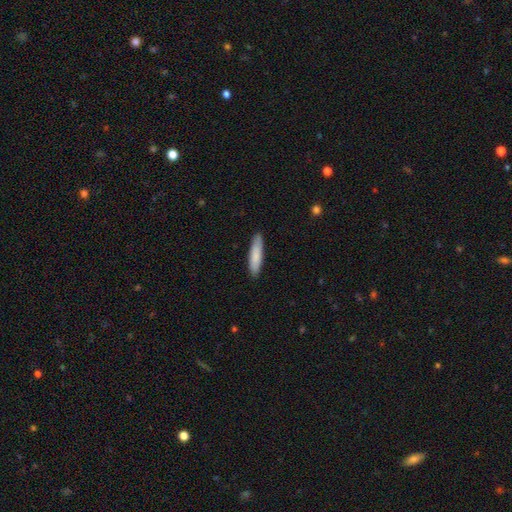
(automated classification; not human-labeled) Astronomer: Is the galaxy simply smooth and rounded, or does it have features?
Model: smooth — 84%.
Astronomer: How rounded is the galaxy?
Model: cigar-shaped — 78%.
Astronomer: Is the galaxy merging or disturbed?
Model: none — 89%.